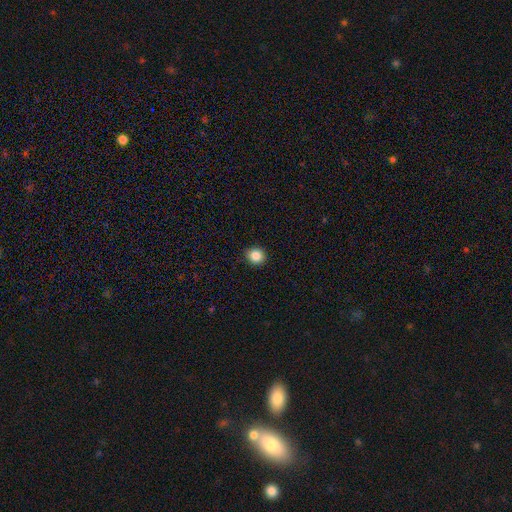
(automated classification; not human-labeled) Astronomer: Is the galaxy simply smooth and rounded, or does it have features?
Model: smooth — 86%.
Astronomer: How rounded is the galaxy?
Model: round — 85%.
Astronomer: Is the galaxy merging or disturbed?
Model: none — 91%.